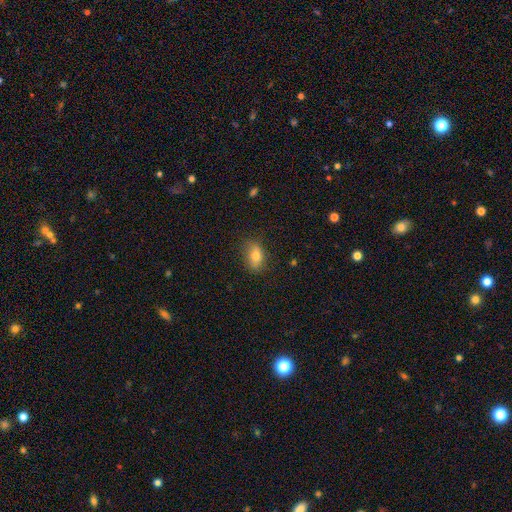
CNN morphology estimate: The model was most divided on "merging": none: 77%, minor disturbance: 17%, major disturbance: 4%, merger: 1%. More confident: how rounded — in between (85%); smooth or featured — smooth (80%).